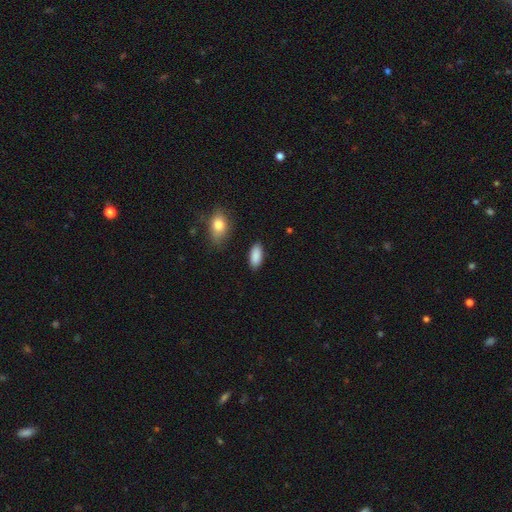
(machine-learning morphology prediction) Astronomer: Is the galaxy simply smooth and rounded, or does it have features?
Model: smooth — 90%.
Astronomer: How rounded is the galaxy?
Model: in between — 89%.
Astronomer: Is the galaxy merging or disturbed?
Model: none — 87%.